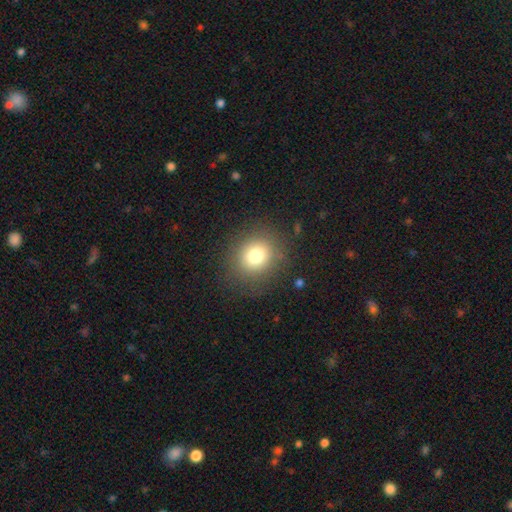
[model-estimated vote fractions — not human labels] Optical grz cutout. It shows a smooth galaxy with no disk features (77%) that is round (83%). Merging: none (84%).